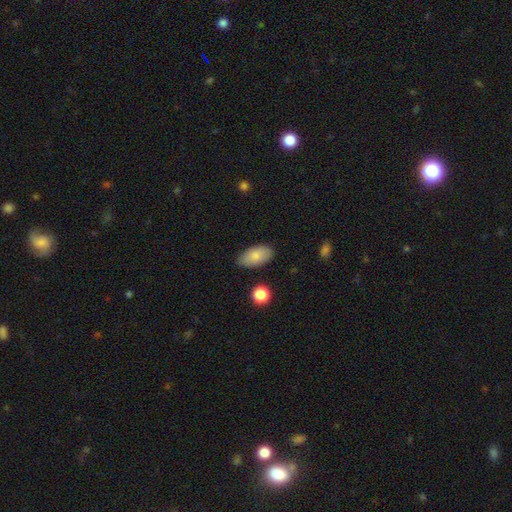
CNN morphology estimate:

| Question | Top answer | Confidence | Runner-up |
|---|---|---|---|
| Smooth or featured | smooth | 82% | featured or disk (12%) |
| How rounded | in between | 93% | round (4%) |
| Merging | none | 79% | minor disturbance (16%) |